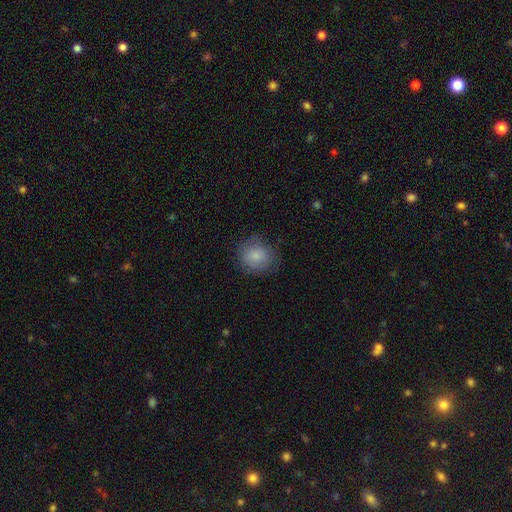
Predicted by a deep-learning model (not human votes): A smooth galaxy with no disk features (83%) that is round (79%). Merging: none (79%).